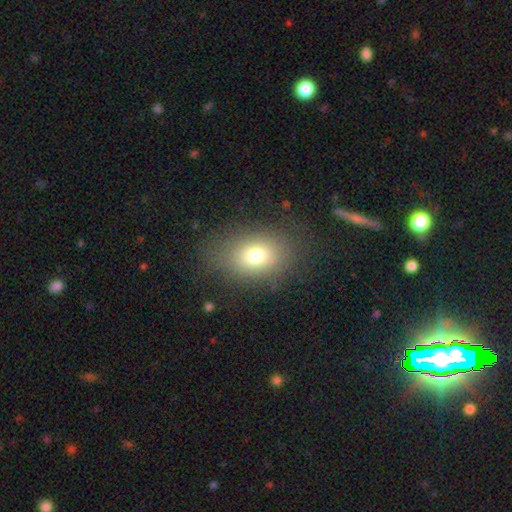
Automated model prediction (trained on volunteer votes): Q: Smooth or featured?
A: smooth (75%); runner-up: star or artifact (13%)
Q: How rounded?
A: in between (72%); runner-up: round (27%)
Q: Merging?
A: none (77%); runner-up: minor disturbance (14%)